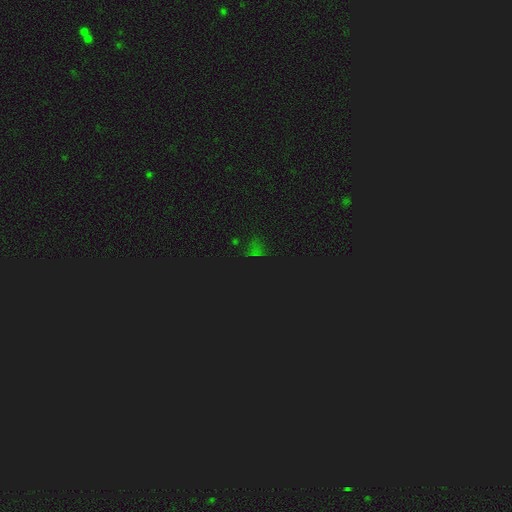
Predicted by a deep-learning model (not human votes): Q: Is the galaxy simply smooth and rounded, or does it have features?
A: star or artifact — 71%.